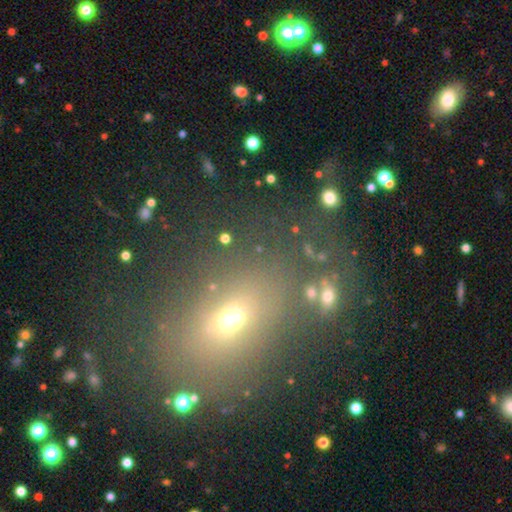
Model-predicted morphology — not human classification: This is possibly a smooth galaxy (53%). How rounded: possibly in between (59%). Merging: likely none (75%).